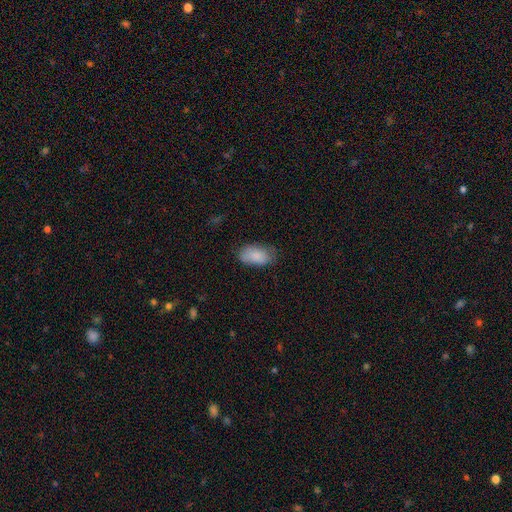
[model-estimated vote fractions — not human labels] Smooth or featured? Predicted: smooth (p=0.86). How rounded? Predicted: in between (p=0.94). Merging? Predicted: none (p=0.67).